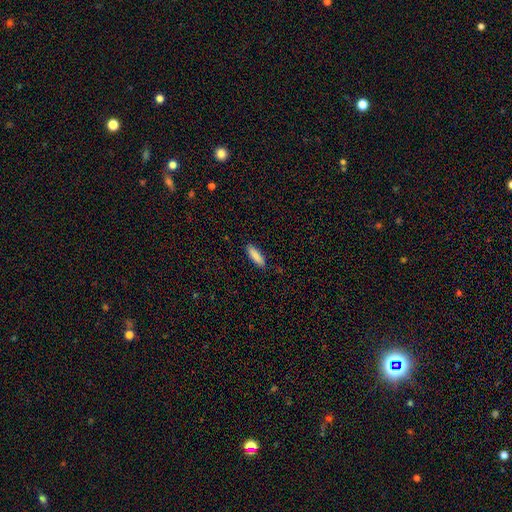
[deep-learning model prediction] Smooth or featured? Predicted: smooth (p=0.87). How rounded? Predicted: in between (p=0.49, tied with cigar-shaped). Merging? Predicted: none (p=0.87).